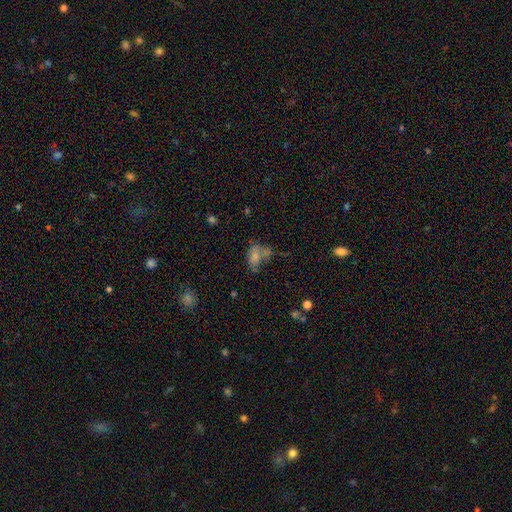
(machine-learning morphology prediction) Smooth or featured? Predicted: smooth (p=0.69). How rounded? Predicted: in between (p=0.84). Merging? Predicted: merger (p=0.35).